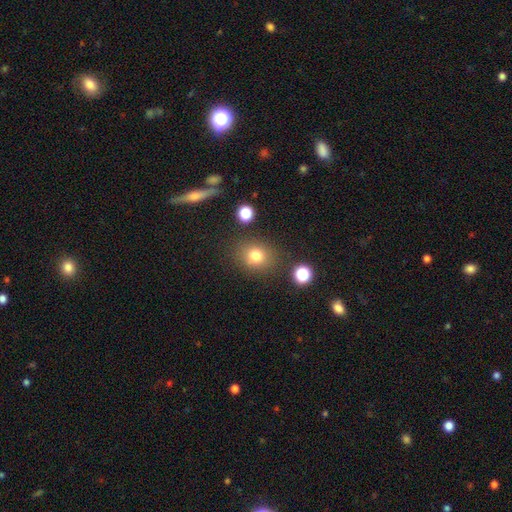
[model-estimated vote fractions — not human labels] smooth_or_featured: smooth (p=0.78) [alt: star or artifact p=0.14]
how_rounded: round (p=0.67) [alt: in between p=0.32]
merging: none (p=0.80) [alt: minor disturbance p=0.12]